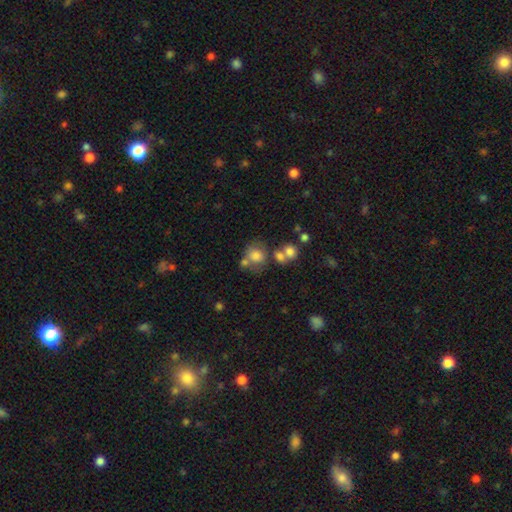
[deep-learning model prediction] Smooth or featured? Predicted: smooth (p=0.72). How rounded? Predicted: round (p=0.71). Merging? Predicted: none (p=0.43).